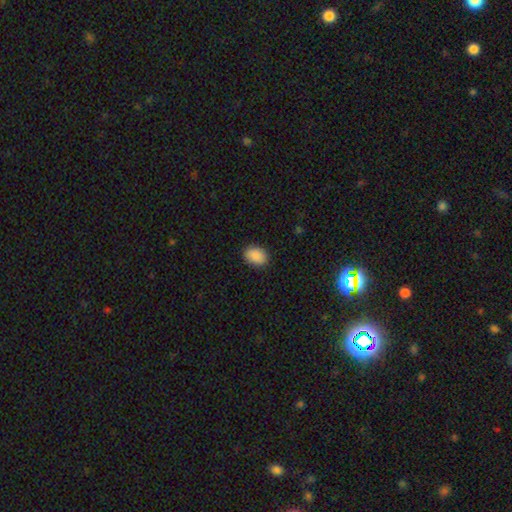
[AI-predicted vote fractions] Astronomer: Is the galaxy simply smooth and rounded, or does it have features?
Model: smooth — 90%.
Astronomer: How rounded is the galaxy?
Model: in between — 73%.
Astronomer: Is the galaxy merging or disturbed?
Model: none — 89%.